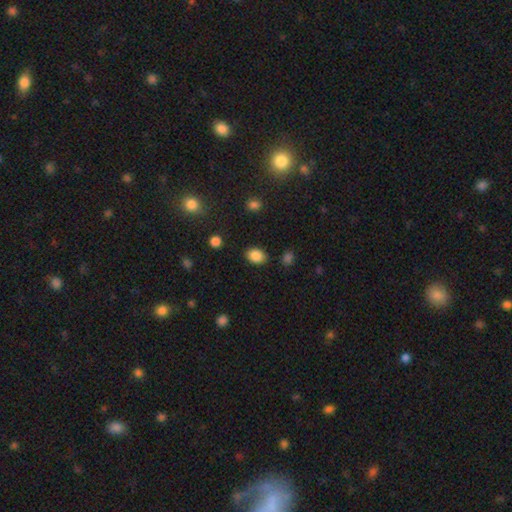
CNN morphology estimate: This is clearly a smooth galaxy (87%). How rounded: likely in between (74%). Merging: clearly none (85%).